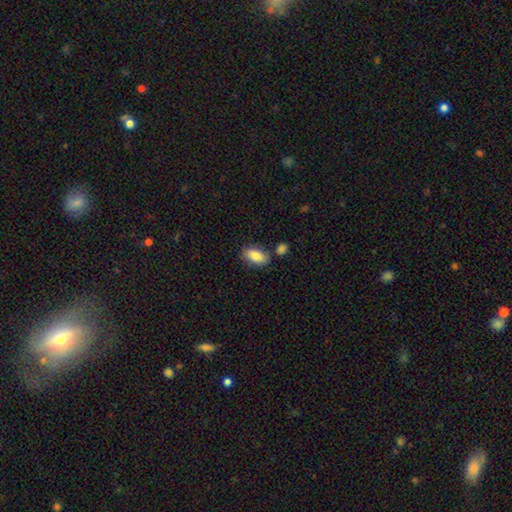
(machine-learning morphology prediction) Smooth or featured? smooth (85%)
How rounded? in between (92%)
Merging? none (74%)